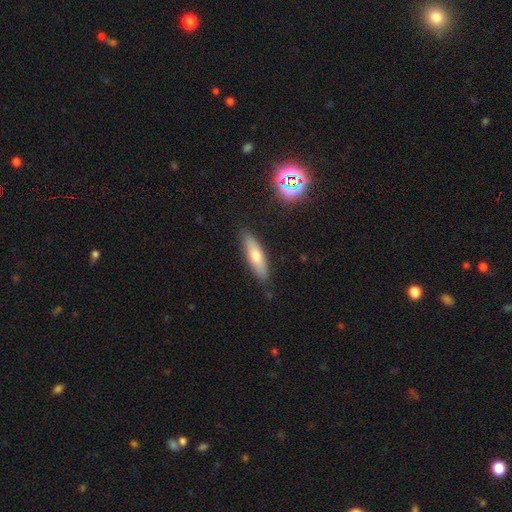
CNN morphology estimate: Smooth or featured?
  - smooth: 64% *
  - featured or disk: 28%
  - star or artifact: 8%
How rounded?
  - cigar-shaped: 60% *
  - in between: 38%
  - round: 2%
Merging?
  - none: 86% *
  - minor disturbance: 10%
  - major disturbance: 2%
  - merger: 2%